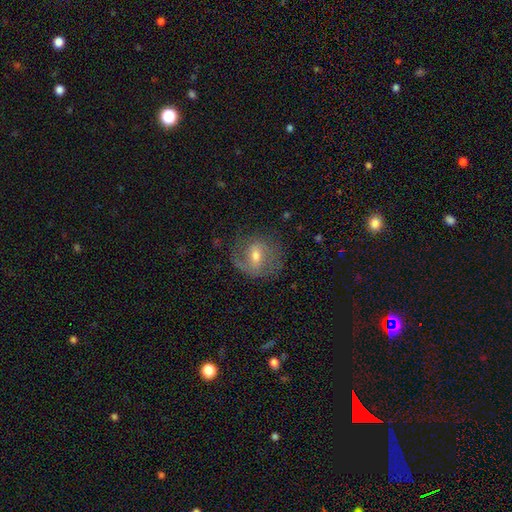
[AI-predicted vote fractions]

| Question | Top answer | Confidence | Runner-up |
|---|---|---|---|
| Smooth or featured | featured or disk | 67% | smooth (24%) |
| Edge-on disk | no | 96% | yes (4%) |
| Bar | weak | 53% | strong (24%) |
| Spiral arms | yes | 83% | no (17%) |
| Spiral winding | medium | 45% | tight (28%) |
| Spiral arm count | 2 | 62% | 1 (18%) |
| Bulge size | moderate | 61% | small (31%) |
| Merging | none | 67% | minor disturbance (19%) |